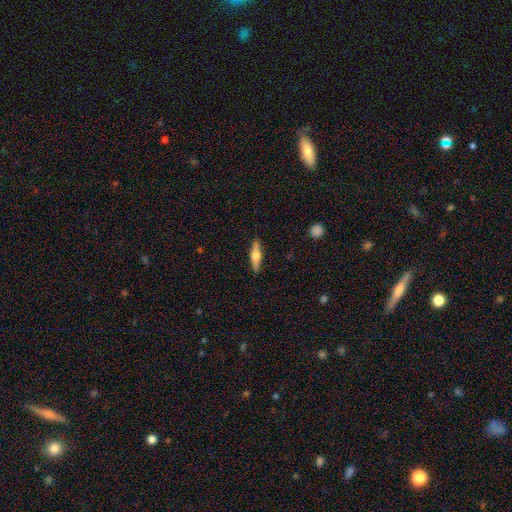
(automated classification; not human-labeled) A featured or disk galaxy (53%) viewed edge-on (94%). Merging: none (90%).